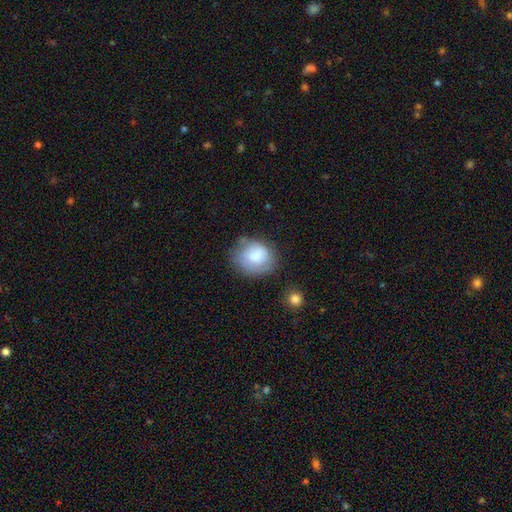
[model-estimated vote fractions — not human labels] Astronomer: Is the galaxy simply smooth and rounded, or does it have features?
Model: smooth — 71%.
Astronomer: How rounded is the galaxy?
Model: round — 62% (runner-up: in between, 37%).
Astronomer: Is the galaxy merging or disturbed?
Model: none — 55%.